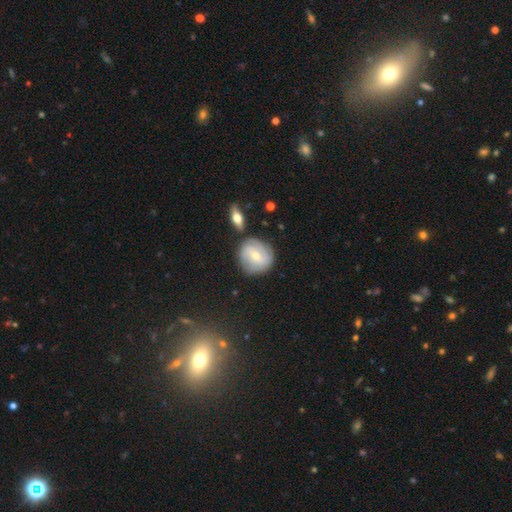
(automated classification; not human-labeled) featured or disk 55%, smooth 38%, star or artifact 7%. Down the decision tree: edge-on disk — no (95%); bar — no (51%); spiral arms — yes (78%); bulge size — small (52%); merging — none (73%).